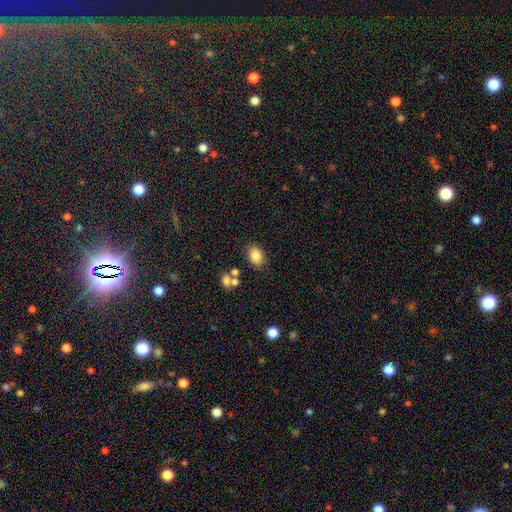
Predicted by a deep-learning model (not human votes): Morphology: type=smooth (83%); roundness=in between (77%); merging=none (73%).